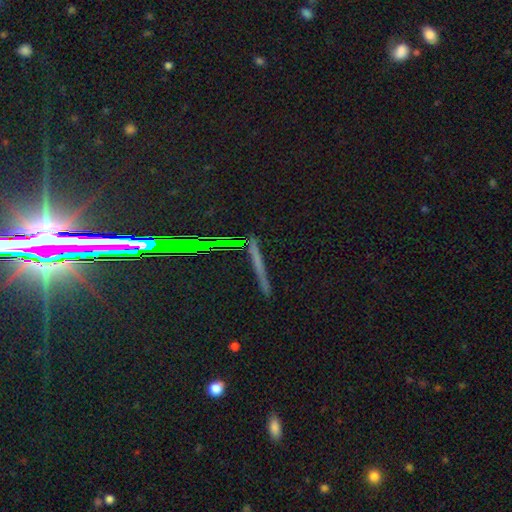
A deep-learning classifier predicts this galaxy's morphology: smooth-or-featured: star or artifact: 45% | featured or disk: 34% | smooth: 21%